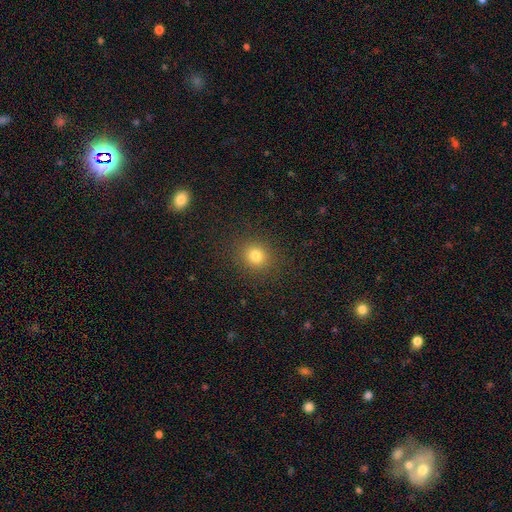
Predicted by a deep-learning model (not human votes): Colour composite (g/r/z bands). It shows a smooth galaxy with no disk features (80%) that is round (81%). Merging: none (89%).